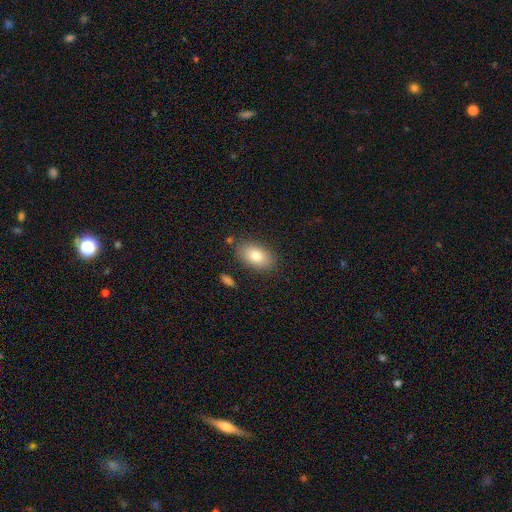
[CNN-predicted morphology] Smooth or featured: smooth — 82% (featured or disk — 11%)
How rounded: in between — 91% (round — 7%)
Merging: none — 83% (minor disturbance — 11%)